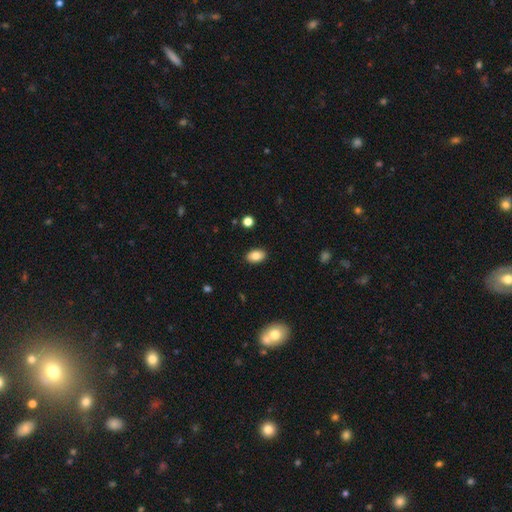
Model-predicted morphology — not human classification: smooth-or-featured: smooth: 83% | featured or disk: 9% | star or artifact: 8%
  how-rounded: in between: 89% | round: 9% | cigar-shaped: 1%
  merging: none: 89% | minor disturbance: 8% | major disturbance: 2% | merger: 1%